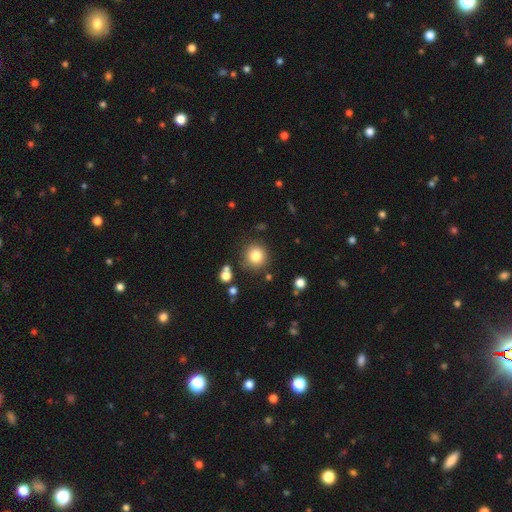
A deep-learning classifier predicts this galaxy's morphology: smooth-or-featured: smooth: 81% | star or artifact: 12% | featured or disk: 7%
  how-rounded: round: 93% | in between: 6% | cigar-shaped: 1%
  merging: none: 86% | minor disturbance: 8% | merger: 4% | major disturbance: 3%